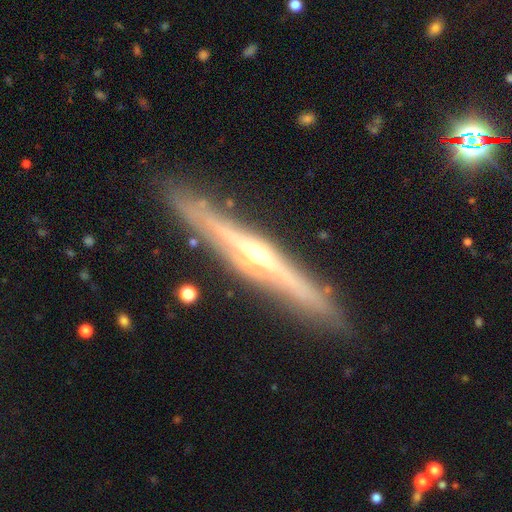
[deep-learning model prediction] This appears to be a featured or disk galaxy (81%) viewed edge-on (95%) with a rounded central bulge (87%). Merging: none (87%).